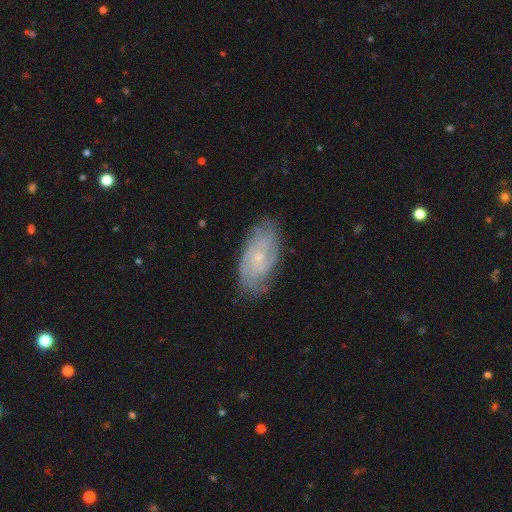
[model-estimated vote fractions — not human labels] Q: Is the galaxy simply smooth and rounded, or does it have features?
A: featured or disk — 61%.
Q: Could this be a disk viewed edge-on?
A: no — 91%.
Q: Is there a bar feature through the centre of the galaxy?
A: no — 67%.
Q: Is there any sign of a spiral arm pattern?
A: yes — 87%.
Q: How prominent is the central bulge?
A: small — 74%.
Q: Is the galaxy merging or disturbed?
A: none — 81%.